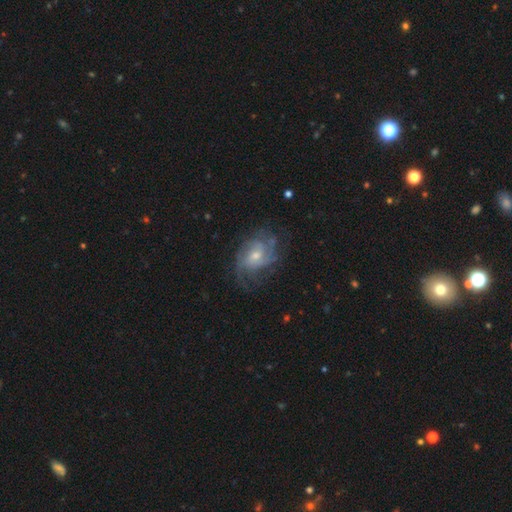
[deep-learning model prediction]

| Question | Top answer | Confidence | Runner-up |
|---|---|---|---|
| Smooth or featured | featured or disk | 77% | smooth (14%) |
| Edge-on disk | no | 97% | yes (3%) |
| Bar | no | 62% | weak (33%) |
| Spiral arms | yes | 90% | no (10%) |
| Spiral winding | medium | 42% | tight (39%) |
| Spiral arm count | can't tell | 38% | 3 (20%) |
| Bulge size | moderate | 48% | small (46%) |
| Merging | none | 65% | minor disturbance (20%) |